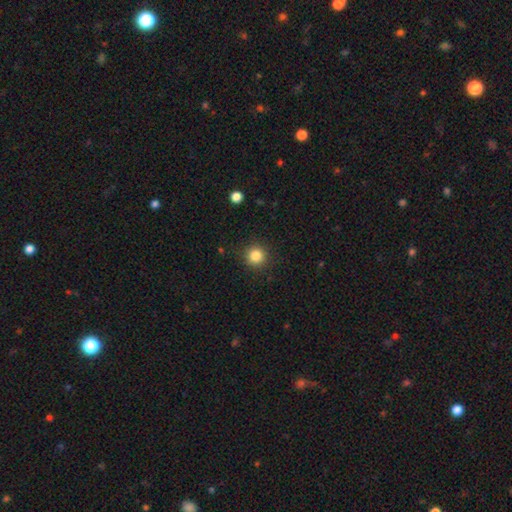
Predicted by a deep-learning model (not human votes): Smooth or featured? Predicted: smooth (p=0.84). How rounded? Predicted: round (p=0.94). Merging? Predicted: none (p=0.90).